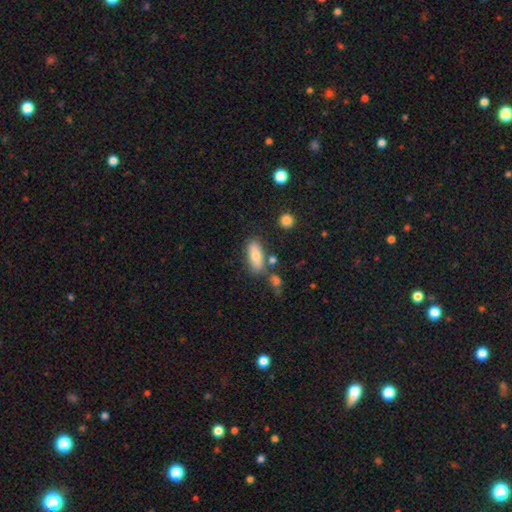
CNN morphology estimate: This appears to be a smooth galaxy with no disk features (74%) that is in between round and cigar-shaped (75%). Merging: none (70%).